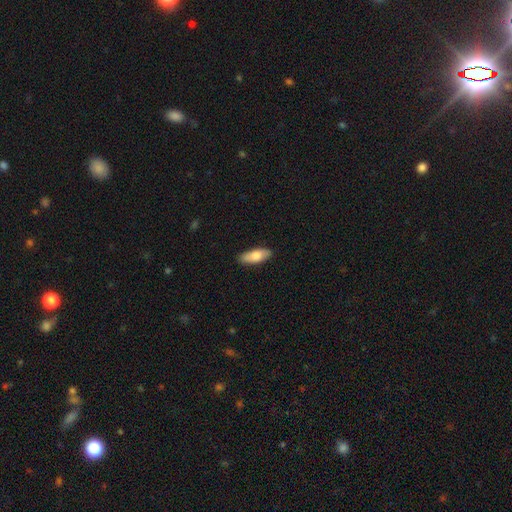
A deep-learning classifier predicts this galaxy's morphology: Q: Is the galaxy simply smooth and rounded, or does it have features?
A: smooth — 78%.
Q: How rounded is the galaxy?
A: in between — 75%.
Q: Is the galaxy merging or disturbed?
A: none — 88%.